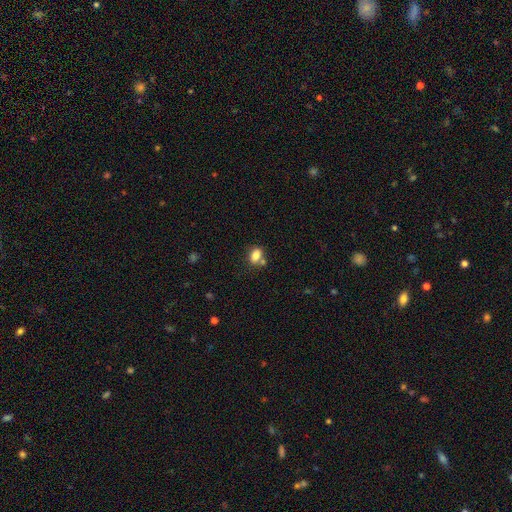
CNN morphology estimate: The model was most divided on "merging": none: 60%, merger: 22%, minor disturbance: 14%, major disturbance: 4%. More confident: smooth or featured — smooth (83%); how rounded — in between (76%).